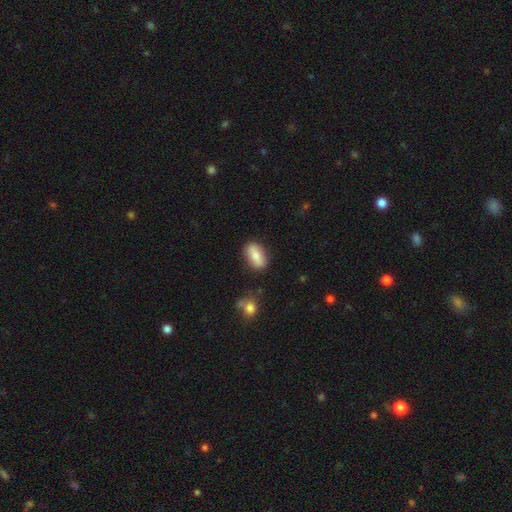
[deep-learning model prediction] Smooth or featured? smooth (70%)
How rounded? in between (84%)
Merging? none (82%)